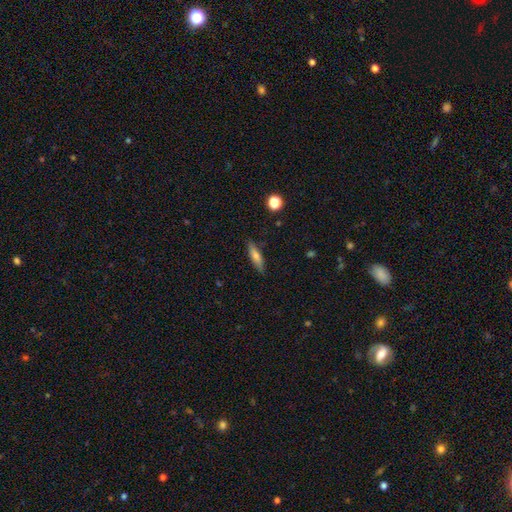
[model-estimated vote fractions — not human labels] smooth 68%, featured or disk 25%, star or artifact 7%. Down the decision tree: how rounded — cigar-shaped (73%); merging — none (86%).